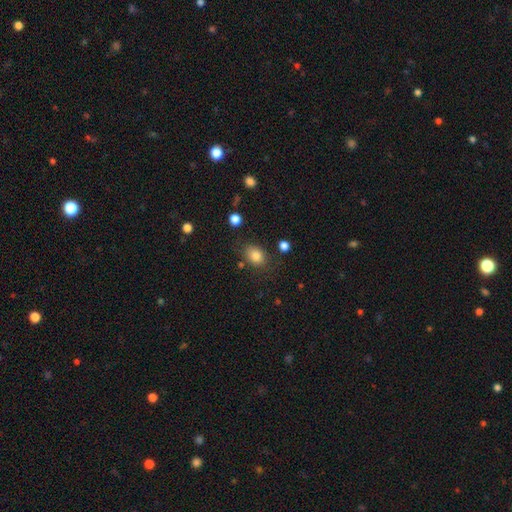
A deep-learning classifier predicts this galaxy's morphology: This is clearly a smooth galaxy (83%). How rounded: likely in between (63%). Merging: likely none (75%).